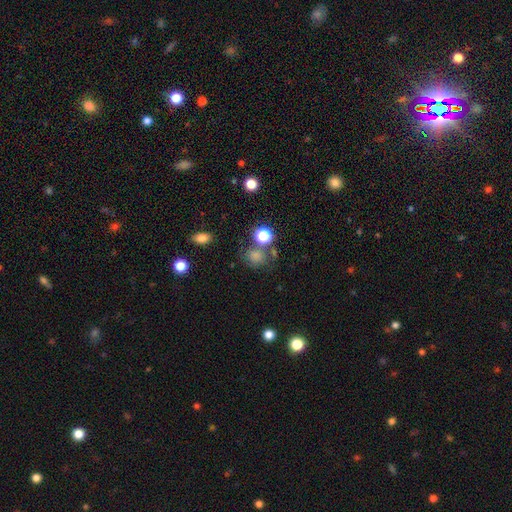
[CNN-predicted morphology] Smooth or featured? smooth (69%)
How rounded? round (72%)
Merging? none (59%)